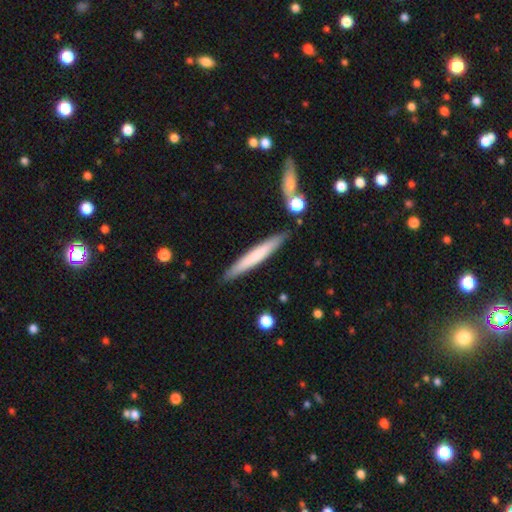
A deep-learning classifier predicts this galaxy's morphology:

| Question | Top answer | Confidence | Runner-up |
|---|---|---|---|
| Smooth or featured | smooth | 64% | featured or disk (31%) |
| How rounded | cigar-shaped | 95% | in between (4%) |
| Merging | none | 87% | minor disturbance (8%) |